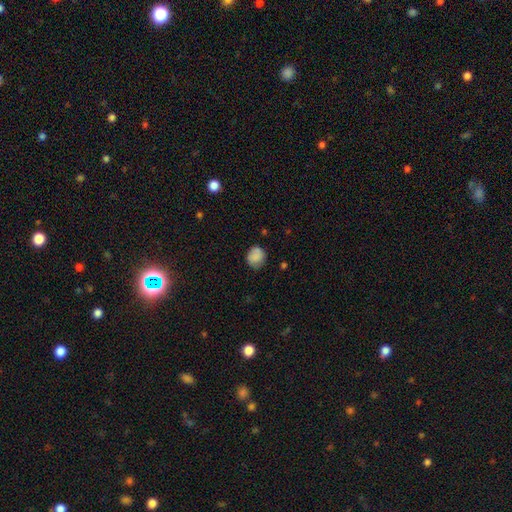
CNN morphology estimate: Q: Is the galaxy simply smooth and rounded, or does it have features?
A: smooth — 84%.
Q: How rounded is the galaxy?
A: round — 70%.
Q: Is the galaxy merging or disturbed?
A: none — 74%.